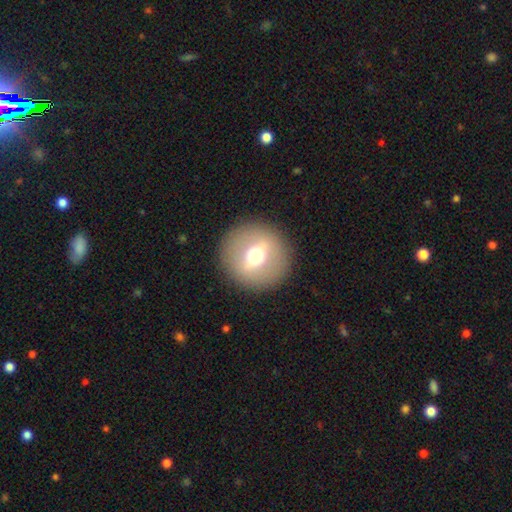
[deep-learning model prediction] Smooth or featured?
  - featured or disk: 46% *
  - smooth: 43%
  - star or artifact: 11%
Merging?
  - none: 90% *
  - minor disturbance: 6%
  - major disturbance: 3%
  - merger: 1%